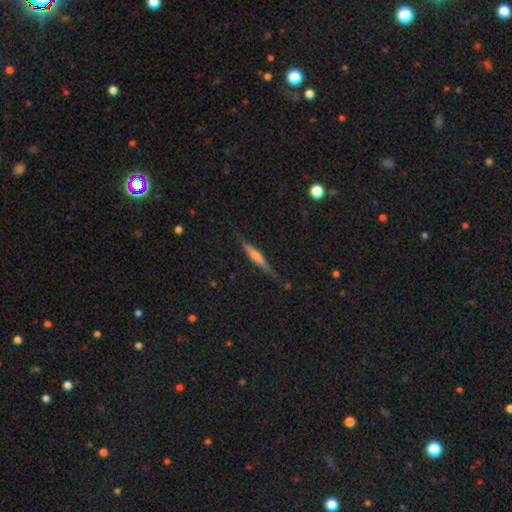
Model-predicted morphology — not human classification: Smooth or featured? featured or disk (48%)
Merging? none (76%)